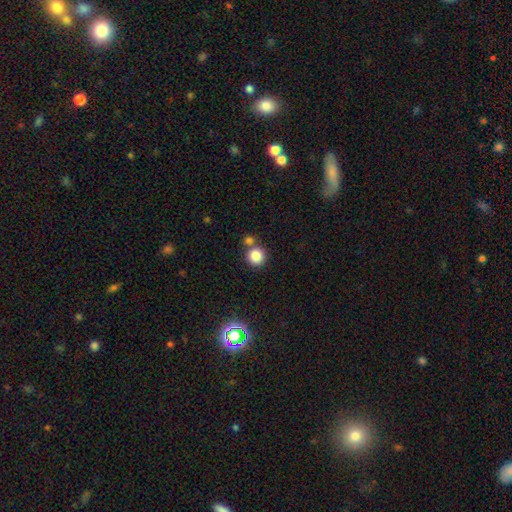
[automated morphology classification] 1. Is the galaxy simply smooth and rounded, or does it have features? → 83% smooth, 11% star or artifact, 6% featured or disk.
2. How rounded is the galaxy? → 93% round, 6% in between, 1% cigar-shaped.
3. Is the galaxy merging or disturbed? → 66% none, 23% merger, 8% minor disturbance, 3% major disturbance.